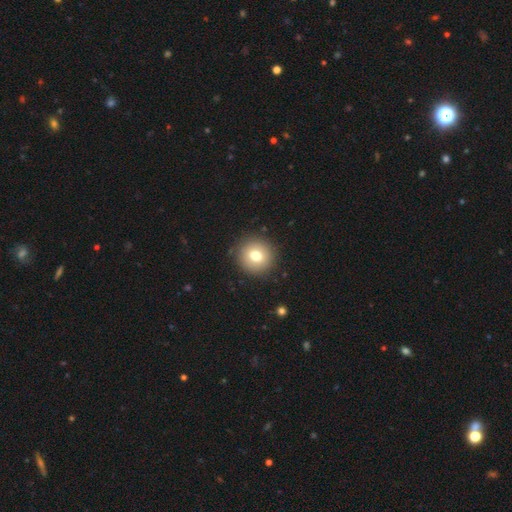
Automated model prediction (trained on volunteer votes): Smooth or featured? smooth (75%)
How rounded? round (93%)
Merging? none (90%)